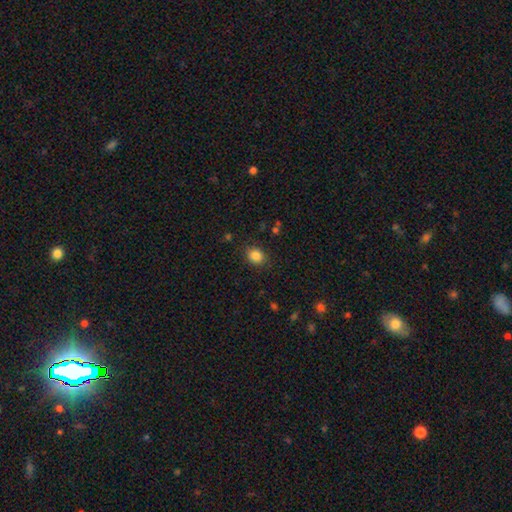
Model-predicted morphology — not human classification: smooth_or_featured: smooth (p=0.85) [alt: star or artifact p=0.11]
how_rounded: round (p=0.63) [alt: in between p=0.36]
merging: none (p=0.86) [alt: minor disturbance p=0.10]